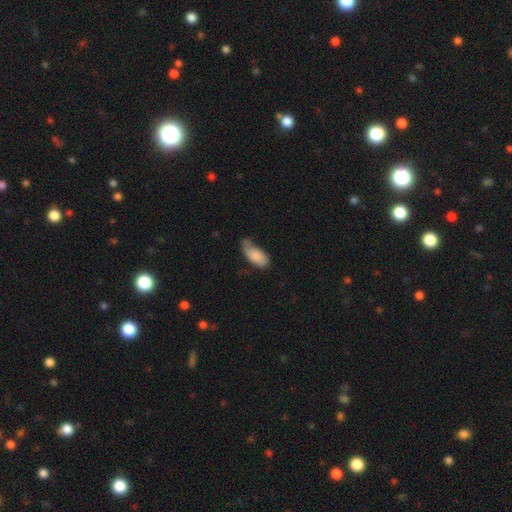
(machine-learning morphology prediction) This is clearly a smooth galaxy (82%). How rounded: clearly in between (89%). Merging: marginally none (40%).